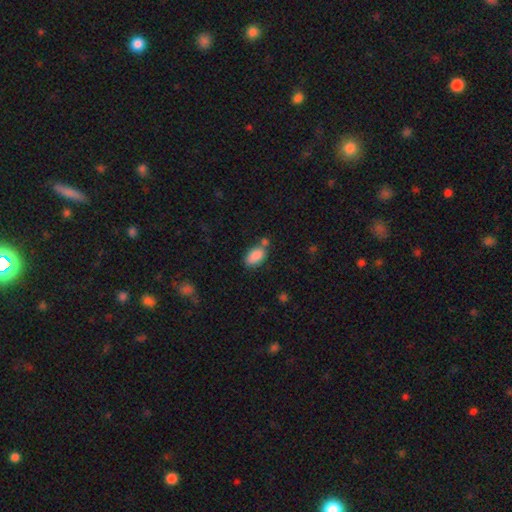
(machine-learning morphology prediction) A smooth galaxy with no disk features (87%) that is in between round and cigar-shaped (92%). Merging: none (57%).